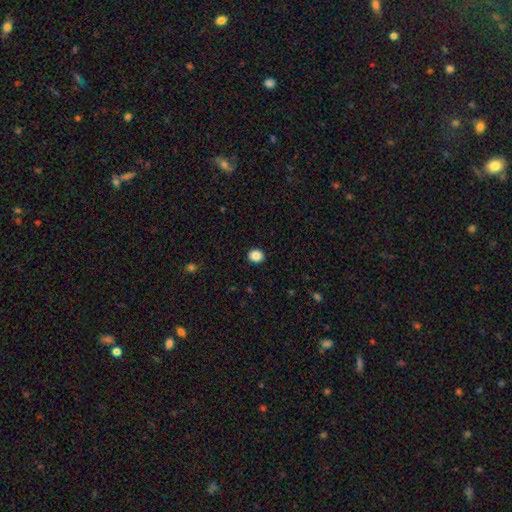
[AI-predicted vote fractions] A smooth galaxy with no disk features (87%) that is round (74%).

Vote fractions:
- Smooth or featured? smooth: 87% / star or artifact: 9% / featured or disk: 3%
- How rounded? round: 74% / in between: 25% / cigar-shaped: 1%
- Merging? none: 92% / minor disturbance: 5% / major disturbance: 2% / merger: 1%